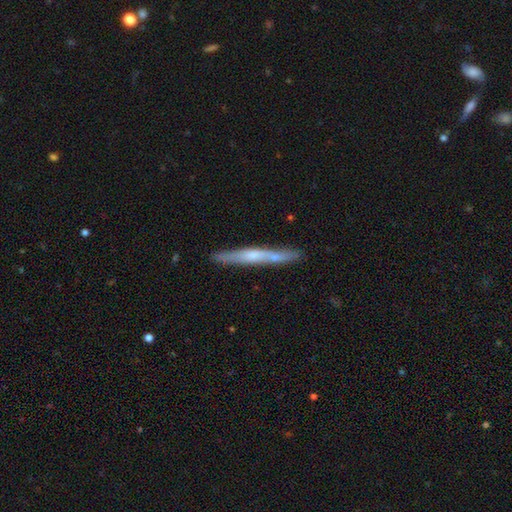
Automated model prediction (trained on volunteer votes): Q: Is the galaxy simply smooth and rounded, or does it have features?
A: featured or disk — 59%.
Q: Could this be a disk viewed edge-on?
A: yes — 94%.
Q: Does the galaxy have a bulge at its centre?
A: none — 48%.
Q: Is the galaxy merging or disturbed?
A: none — 84%.